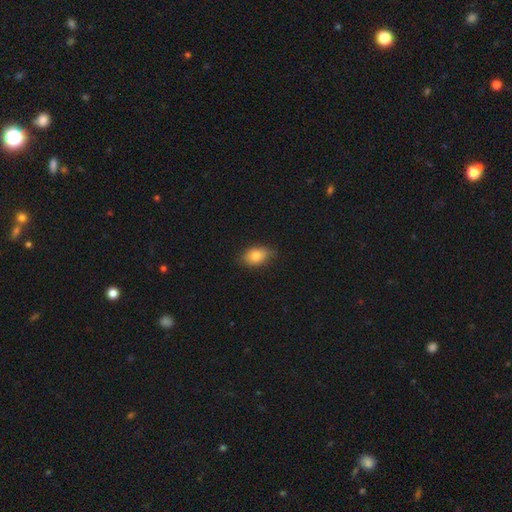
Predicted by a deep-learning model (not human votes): The model was most divided on "merging": none: 77%, minor disturbance: 19%, major disturbance: 3%, merger: 1%. More confident: how rounded — in between (81%); smooth or featured — smooth (81%).